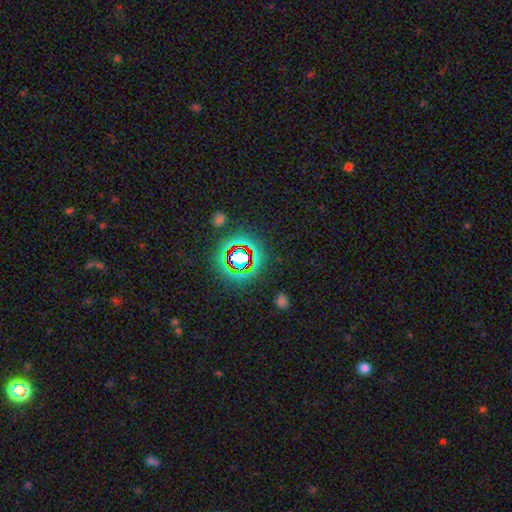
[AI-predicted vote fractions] A star or artifact, not a galaxy (58%).

Vote fractions:
- Smooth or featured? star or artifact: 58% / featured or disk: 22% / smooth: 20%